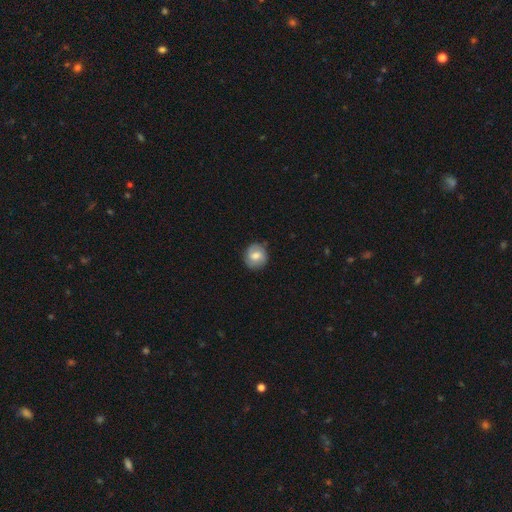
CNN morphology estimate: Overall: smooth (57%; featured or disk 35%). How rounded: round (84%). Merging: none (81%).